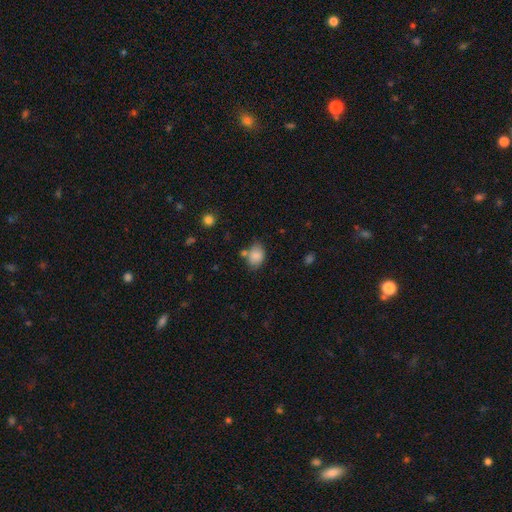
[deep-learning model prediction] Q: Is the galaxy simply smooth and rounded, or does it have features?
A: smooth — 83%.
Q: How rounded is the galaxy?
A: in between — 64%.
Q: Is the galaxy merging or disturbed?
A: none — 57%.